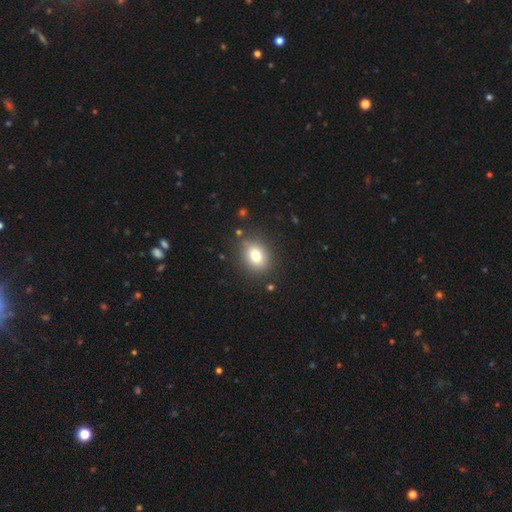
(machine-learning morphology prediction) type=smooth (77%); roundness=in between (52%); merging=none (84%).